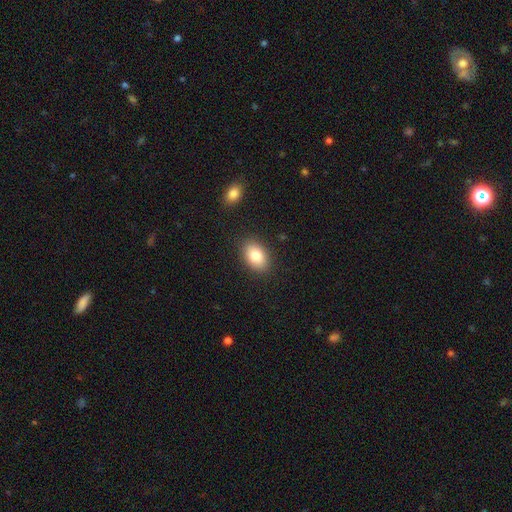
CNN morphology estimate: smooth_or_featured: smooth (p=0.82) [alt: featured or disk p=0.10]
how_rounded: in between (p=0.86) [alt: round p=0.13]
merging: none (p=0.87) [alt: minor disturbance p=0.09]